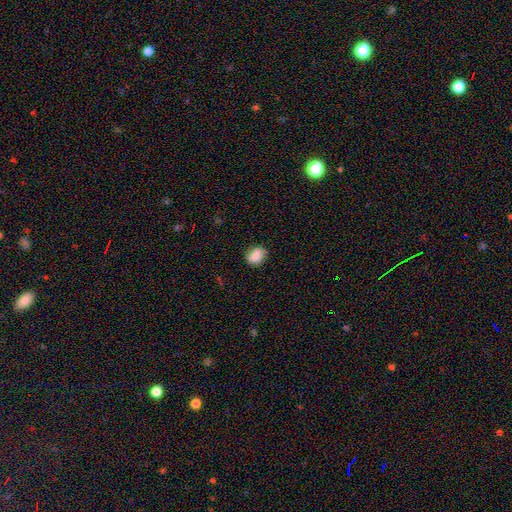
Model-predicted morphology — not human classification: The model was most divided on "how rounded": in between: 53%, round: 45%, cigar-shaped: 1%. More confident: smooth or featured — smooth (80%); merging — none (80%).